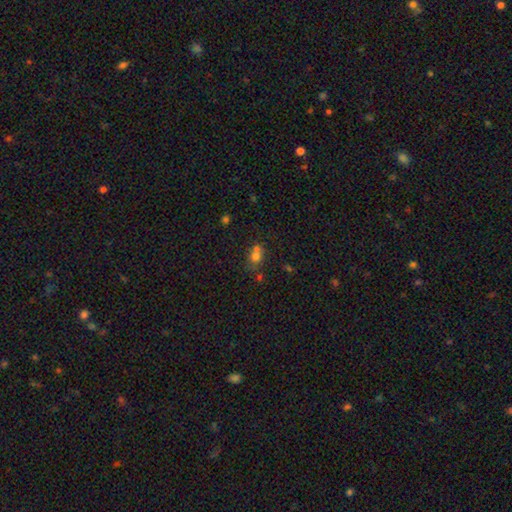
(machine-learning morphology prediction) smooth-or-featured: smooth: 69% | star or artifact: 17% | featured or disk: 14%
  how-rounded: round: 59% | in between: 40% | cigar-shaped: 1%
  merging: merger: 41% (tied) | none: 41% (tied) | minor disturbance: 13% | major disturbance: 5%